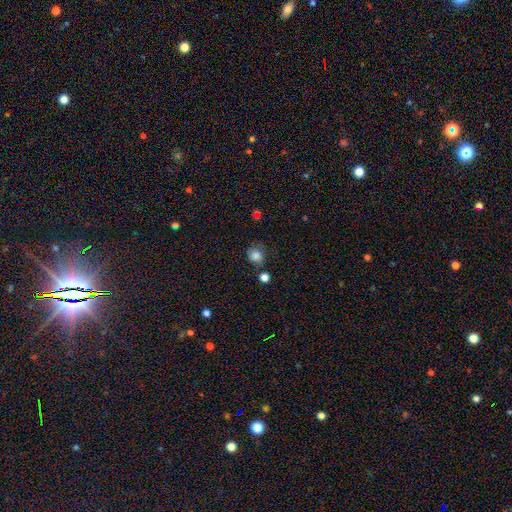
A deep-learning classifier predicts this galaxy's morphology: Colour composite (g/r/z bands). It shows a smooth galaxy with no disk features (80%) that is round (76%). Merging: none (57%).